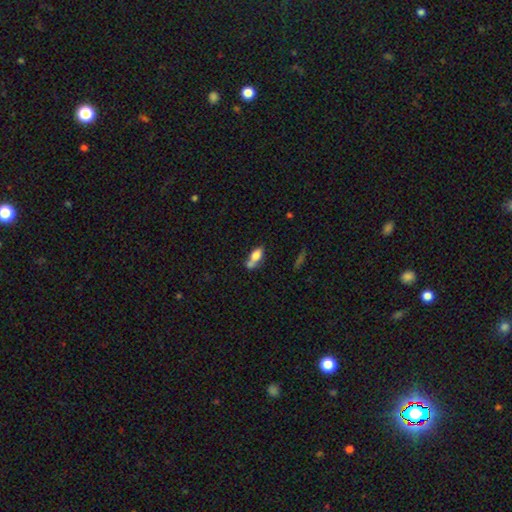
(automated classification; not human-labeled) Morphology: type=smooth (72%); roundness=in between (80%); merging=merger (41%).